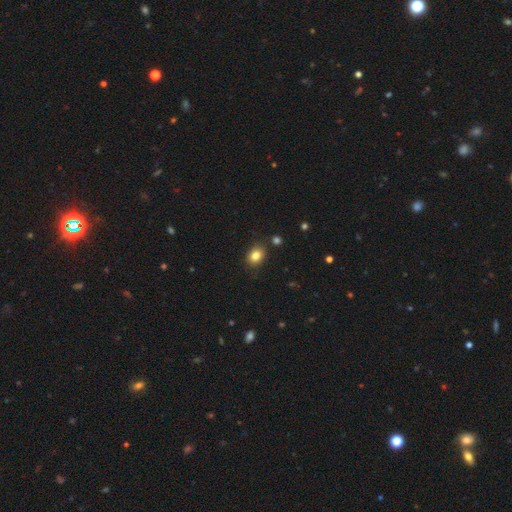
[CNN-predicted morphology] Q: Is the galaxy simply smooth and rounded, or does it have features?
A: smooth — 83%.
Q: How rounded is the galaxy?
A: in between — 57%.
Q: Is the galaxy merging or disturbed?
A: none — 84%.